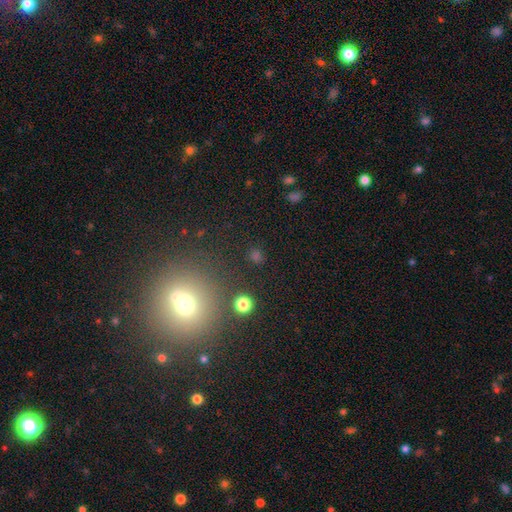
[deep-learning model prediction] This appears to be a smooth galaxy with no disk features (62%) that is round (83%). Merging: none (82%).